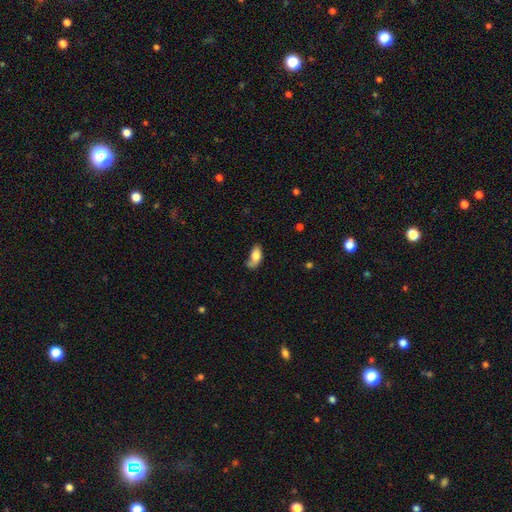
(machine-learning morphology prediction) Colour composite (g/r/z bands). It shows a smooth galaxy with no disk features (73%) that is in between round and cigar-shaped (89%). Merging: none (40%).